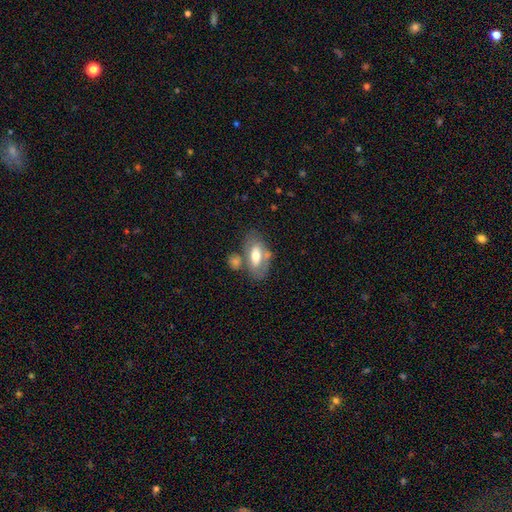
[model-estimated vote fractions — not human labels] smooth-or-featured: smooth: 52% | featured or disk: 41% | star or artifact: 7%
  how-rounded: in between: 88% | cigar-shaped: 6% | round: 5%
  merging: none: 54% | merger: 21% | minor disturbance: 18% | major disturbance: 7%